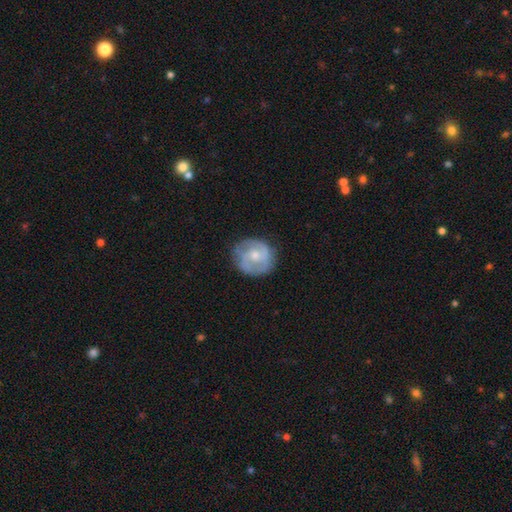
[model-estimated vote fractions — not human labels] smooth_or_featured: featured or disk (p=0.65) [alt: smooth p=0.29]
disk_edge_on: no (p=0.98) [alt: yes p=0.02]
bar: no (p=0.62) [alt: weak p=0.32]
has_spiral_arms: yes (p=0.83) [alt: no p=0.17]
spiral_winding: tight (p=0.46) [alt: medium p=0.40]
spiral_arm_count: 2 (p=0.62) [alt: can't tell p=0.20]
bulge_size: moderate (p=0.52) [alt: small p=0.41]
merging: none (p=0.76) [alt: minor disturbance p=0.17]